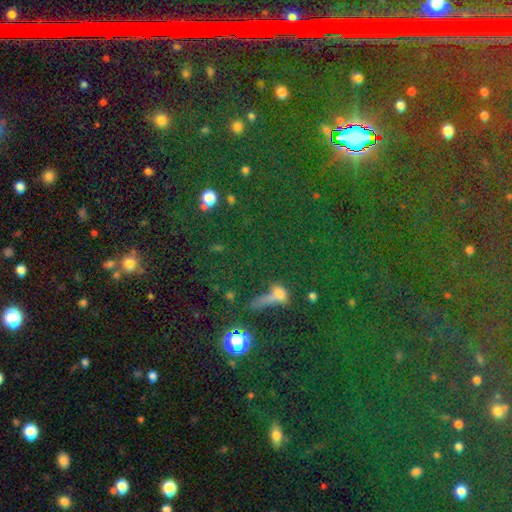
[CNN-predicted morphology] This is likely a star or artifact rather than a galaxy (61%).